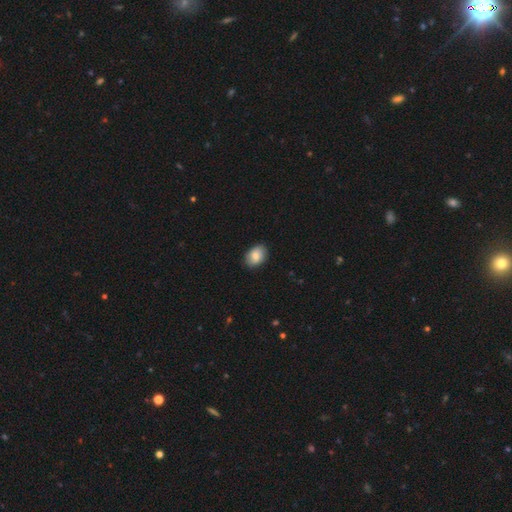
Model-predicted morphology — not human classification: Smooth or featured?
  - smooth: 81% *
  - featured or disk: 12%
  - star or artifact: 7%
How rounded?
  - in between: 81% *
  - round: 17%
  - cigar-shaped: 1%
Merging?
  - none: 86% *
  - minor disturbance: 11%
  - major disturbance: 2%
  - merger: 1%